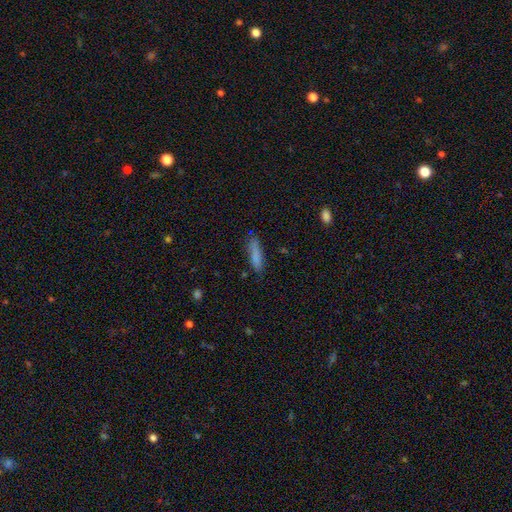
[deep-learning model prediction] Smooth or featured: smooth — 83% (featured or disk — 10%)
How rounded: cigar-shaped — 73% (in between — 25%)
Merging: none — 79% (minor disturbance — 15%)